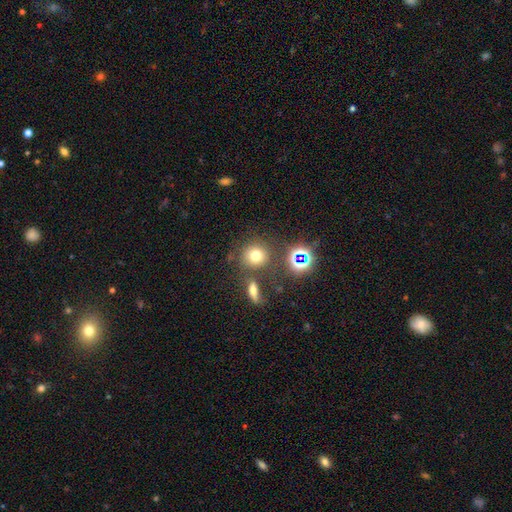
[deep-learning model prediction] Smooth or featured?
  - smooth: 68% *
  - star or artifact: 22%
  - featured or disk: 10%
How rounded?
  - round: 90% *
  - in between: 9%
  - cigar-shaped: 1%
Merging?
  - none: 75% *
  - merger: 10%
  - minor disturbance: 10%
  - major disturbance: 5%